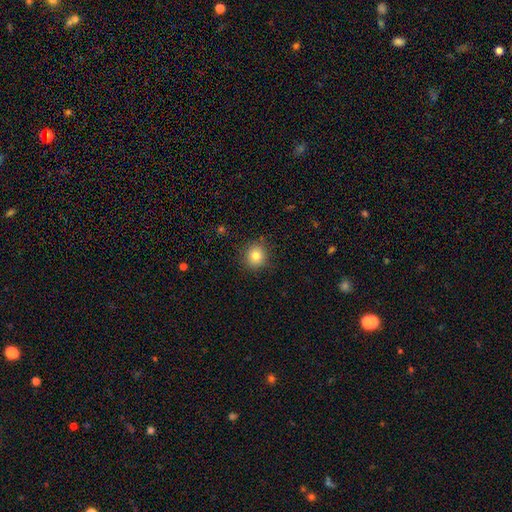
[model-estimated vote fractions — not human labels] smooth_or_featured: smooth (p=0.81) [alt: star or artifact p=0.11]
how_rounded: round (p=0.87) [alt: in between p=0.12]
merging: none (p=0.88) [alt: minor disturbance p=0.09]